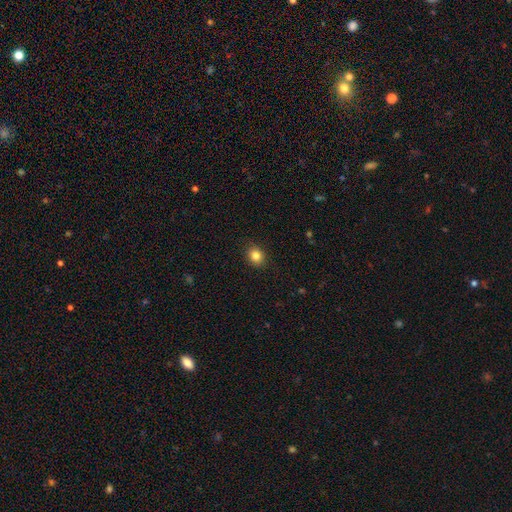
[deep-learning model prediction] Q: Smooth or featured?
A: smooth (84%); runner-up: star or artifact (10%)
Q: How rounded?
A: round (60%); runner-up: in between (39%)
Q: Merging?
A: none (90%); runner-up: minor disturbance (7%)